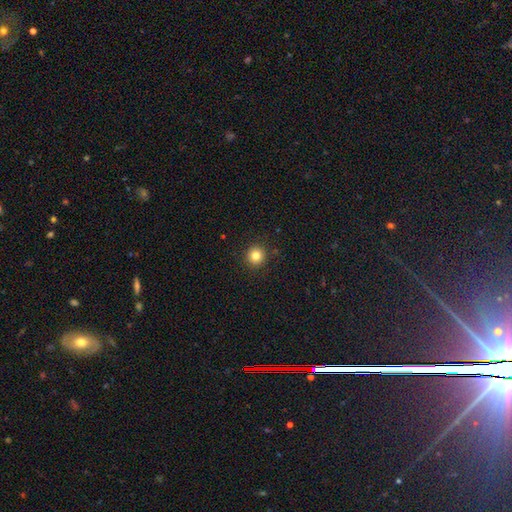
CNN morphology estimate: Smooth or featured? smooth (82%)
How rounded? round (94%)
Merging? none (92%)